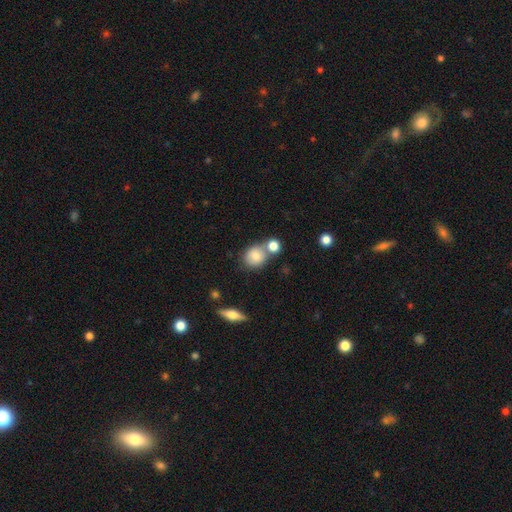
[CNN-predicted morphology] A smooth galaxy with no disk features (77%) that is round (68%).

Vote fractions:
- Smooth or featured? smooth: 77% / featured or disk: 13% / star or artifact: 9%
- How rounded? round: 68% / in between: 31% / cigar-shaped: 1%
- Merging? none: 55% / merger: 28% / minor disturbance: 13% / major disturbance: 4%